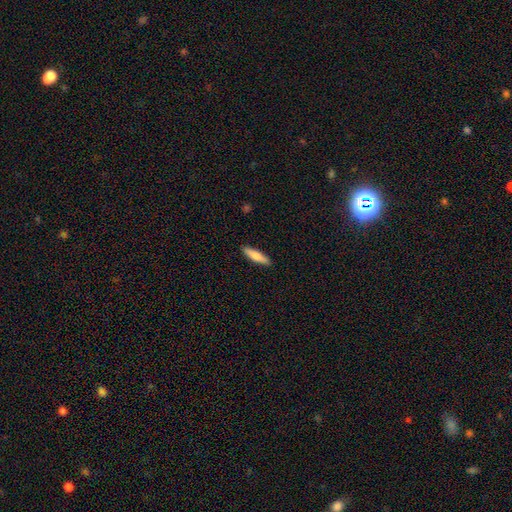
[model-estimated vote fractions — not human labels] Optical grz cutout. It shows a smooth galaxy with no disk features (76%) that is cigar-shaped (75%). Merging: none (90%).